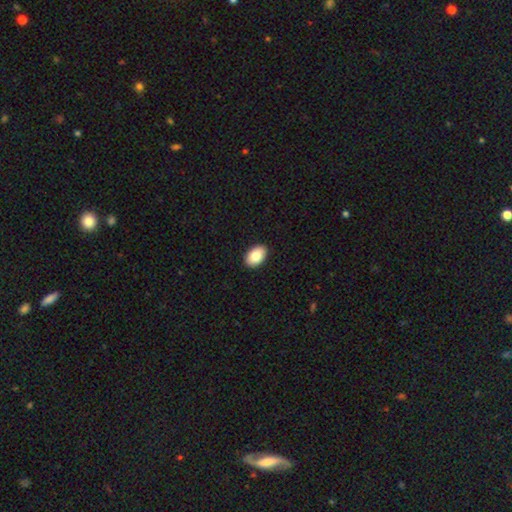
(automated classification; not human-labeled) Overall: smooth (87%). How rounded: in between (91%). Merging: none (91%).